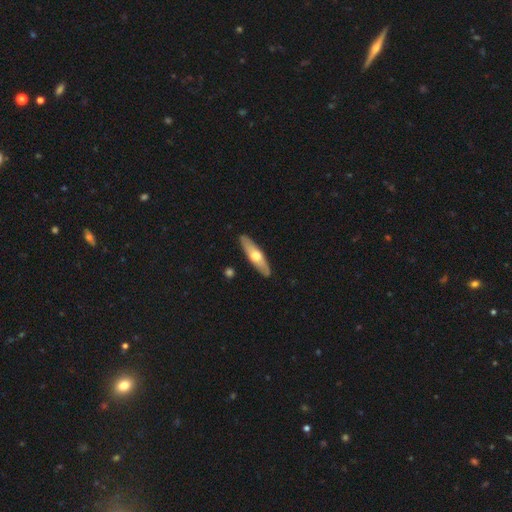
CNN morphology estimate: Smooth or featured?
  - featured or disk: 48% *
  - smooth: 47%
  - star or artifact: 5%
Merging?
  - none: 89% *
  - minor disturbance: 8%
  - major disturbance: 2%
  - merger: 1%